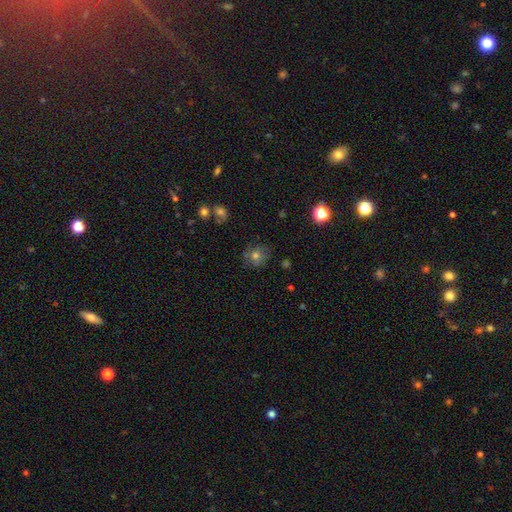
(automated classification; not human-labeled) The model was most divided on "smooth or featured": smooth: 70%, star or artifact: 15%, featured or disk: 15%. More confident: how rounded — round (77%); merging — none (75%).